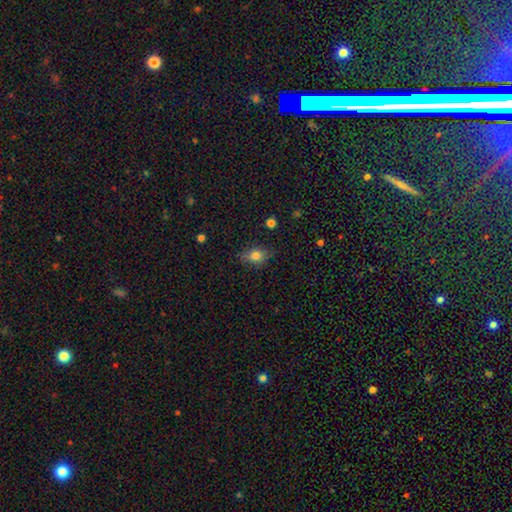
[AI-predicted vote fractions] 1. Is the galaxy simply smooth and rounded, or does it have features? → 77% smooth, 12% featured or disk, 11% star or artifact.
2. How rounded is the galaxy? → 65% in between, 32% round, 3% cigar-shaped.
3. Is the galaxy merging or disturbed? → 78% none, 17% minor disturbance, 4% major disturbance, 1% merger.